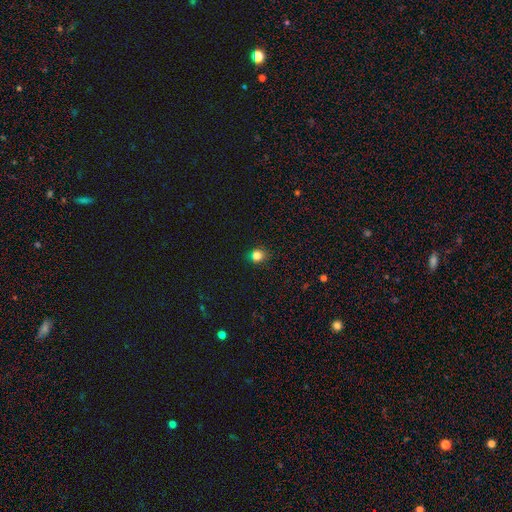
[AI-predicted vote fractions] A smooth galaxy with no disk features (81%) that is round (79%).

Vote fractions:
- Smooth or featured? smooth: 81% / star or artifact: 15% / featured or disk: 4%
- How rounded? round: 79% / in between: 20% / cigar-shaped: 1%
- Merging? none: 87% / minor disturbance: 9% / major disturbance: 2% / merger: 2%